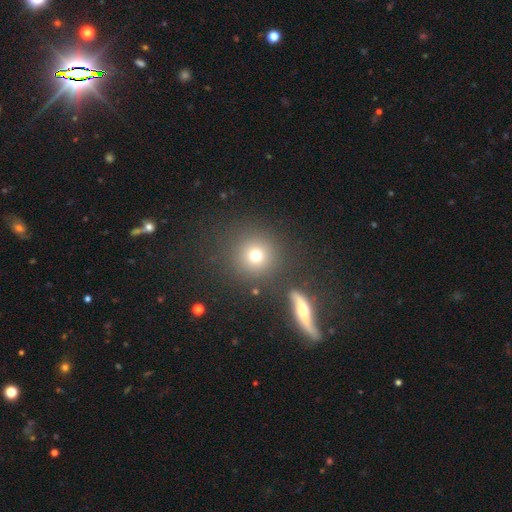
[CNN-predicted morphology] type=smooth (74%); roundness=round (93%); merging=none (82%).